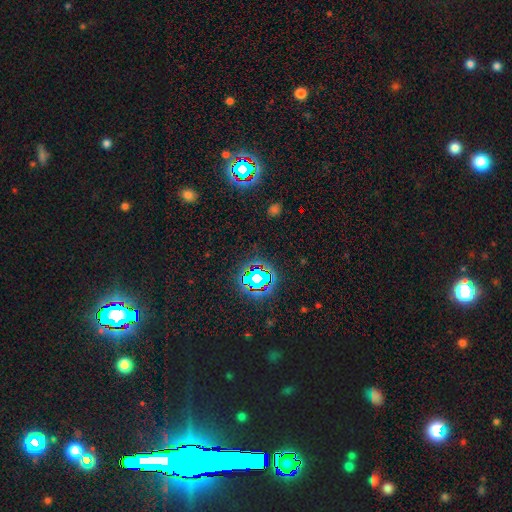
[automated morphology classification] Smooth or featured? Predicted: star or artifact (p=0.81).